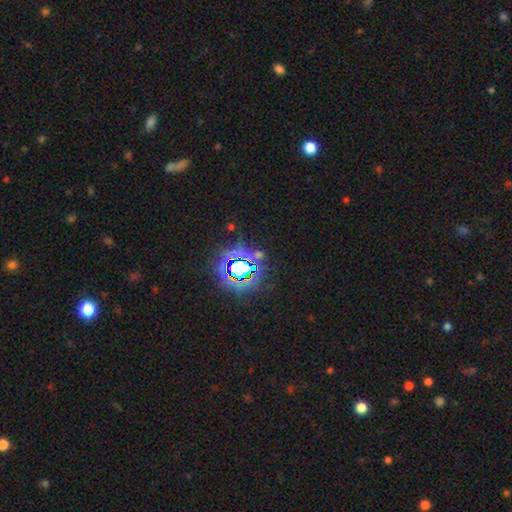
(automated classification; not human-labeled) Smooth or featured? Predicted: star or artifact (p=0.79).